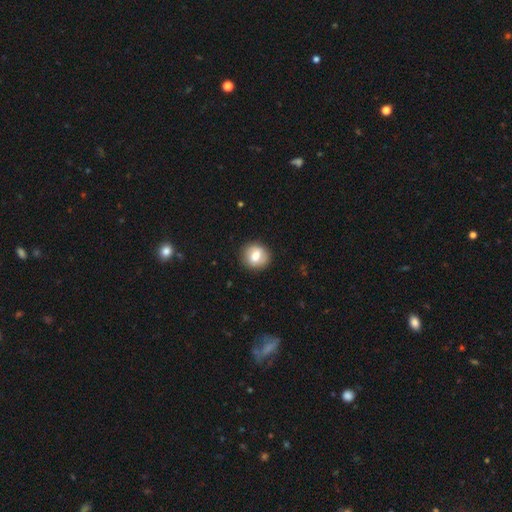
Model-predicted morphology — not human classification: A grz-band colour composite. It shows a smooth galaxy with no disk features (73%) that is round (83%). Merging: none (88%).